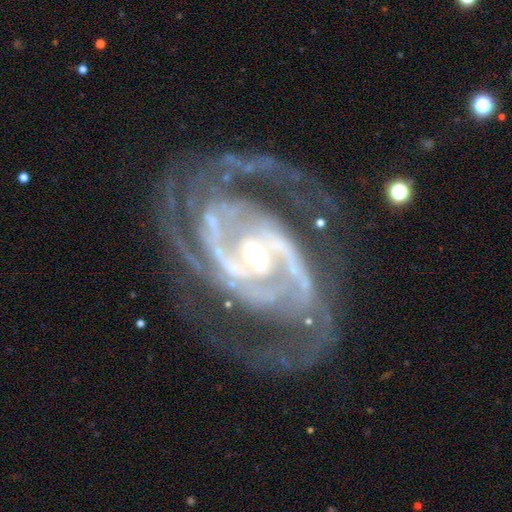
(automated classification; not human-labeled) smooth_or_featured: featured or disk (p=0.93) [alt: star or artifact p=0.04]
disk_edge_on: no (p=0.97) [alt: yes p=0.03]
bar: weak (p=0.37) [alt: strong p=0.32]
has_spiral_arms: yes (p=0.98) [alt: no p=0.02]
spiral_winding: medium (p=0.47) [alt: tight p=0.45]
spiral_arm_count: 2 (p=0.55) [alt: 3 p=0.19]
bulge_size: small (p=0.51) [alt: moderate p=0.43]
merging: none (p=0.68) [alt: minor disturbance p=0.17]